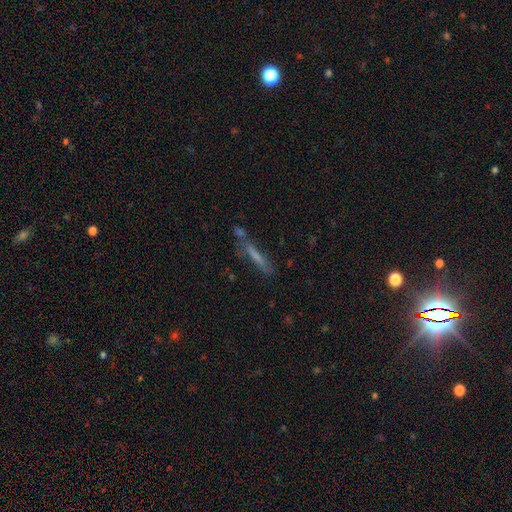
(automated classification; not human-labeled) A smooth galaxy with no disk features (46%).

Vote fractions:
- Smooth or featured? smooth: 46% / featured or disk: 37% / star or artifact: 17%
- Merging? none: 62% / minor disturbance: 17% / merger: 13% / major disturbance: 9%